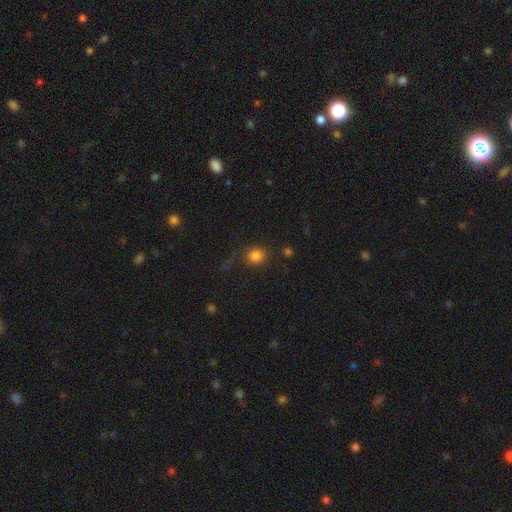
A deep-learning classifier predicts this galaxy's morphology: smooth_or_featured: smooth (p=0.82) [alt: star or artifact p=0.12]
how_rounded: round (p=0.84) [alt: in between p=0.15]
merging: none (p=0.78) [alt: minor disturbance p=0.12]